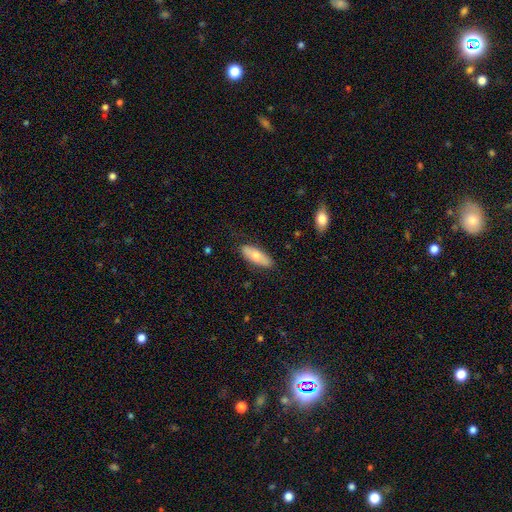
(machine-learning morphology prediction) The model was most divided on "how rounded": in between: 67%, cigar-shaped: 31%, round: 2%. More confident: merging — none (84%); smooth or featured — smooth (67%).